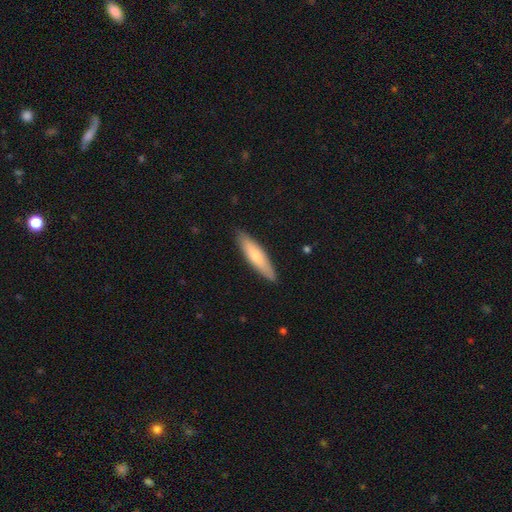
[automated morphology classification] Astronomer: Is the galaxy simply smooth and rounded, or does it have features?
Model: smooth — 70%.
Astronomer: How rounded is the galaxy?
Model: cigar-shaped — 77%.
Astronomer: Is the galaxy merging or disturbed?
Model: none — 87%.